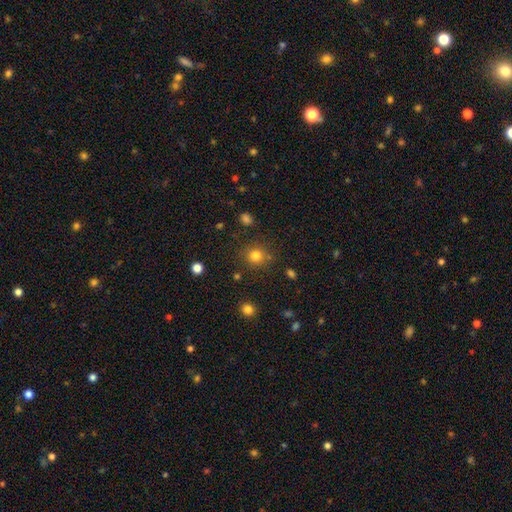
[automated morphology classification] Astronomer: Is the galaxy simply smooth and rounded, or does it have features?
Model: smooth — 80%.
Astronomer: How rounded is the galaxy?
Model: round — 87%.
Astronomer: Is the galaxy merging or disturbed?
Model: none — 82%.